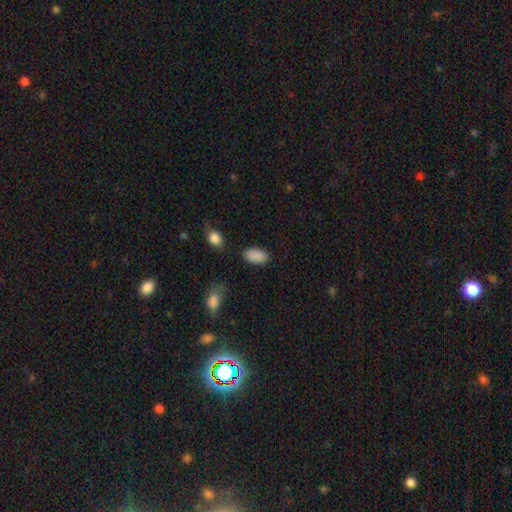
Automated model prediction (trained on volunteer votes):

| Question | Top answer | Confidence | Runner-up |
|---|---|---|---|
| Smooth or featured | smooth | 90% | star or artifact (7%) |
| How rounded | in between | 94% | round (4%) |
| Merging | none | 84% | minor disturbance (11%) |